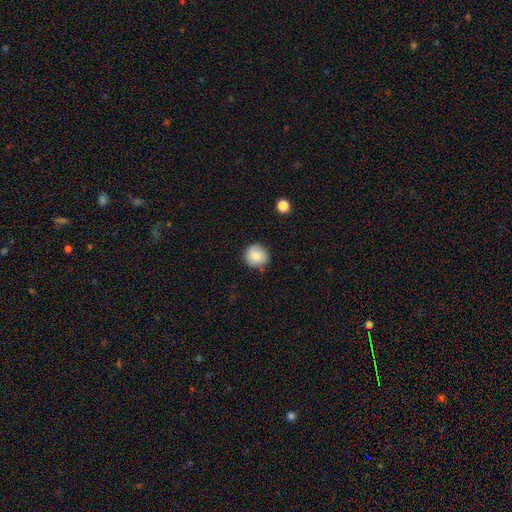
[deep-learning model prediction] smooth 82%, featured or disk 9%, star or artifact 9%. Down the decision tree: how rounded — round (92%); merging — none (81%).